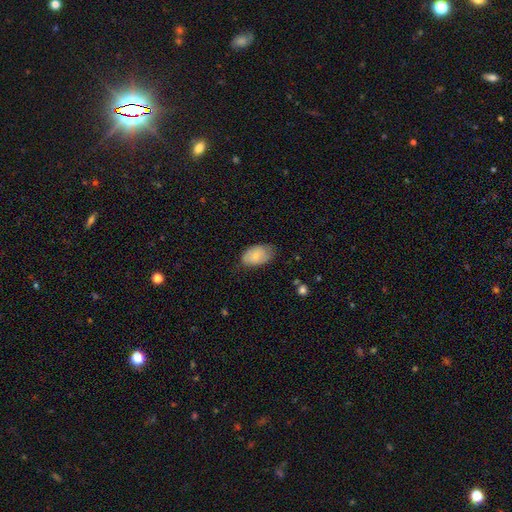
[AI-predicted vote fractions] smooth 64%, featured or disk 29%, star or artifact 6%. Down the decision tree: how rounded — in between (92%); merging — none (64%).